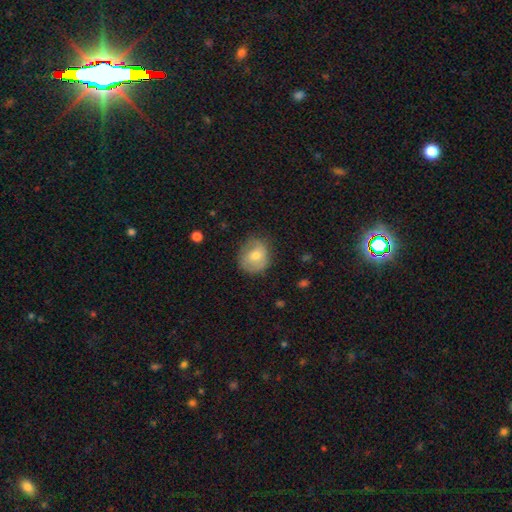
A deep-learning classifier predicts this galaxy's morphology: type=smooth (64%); roundness=round (72%); merging=none (69%).